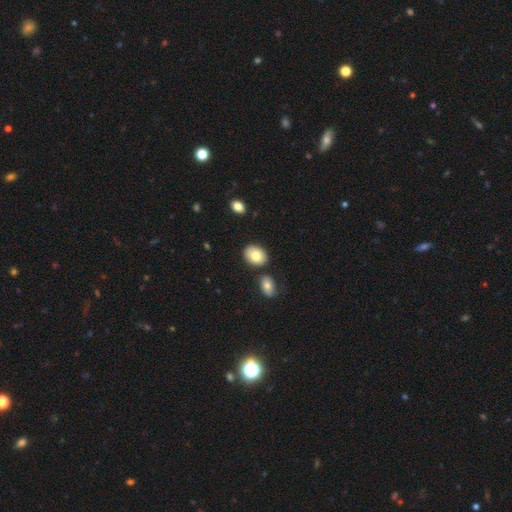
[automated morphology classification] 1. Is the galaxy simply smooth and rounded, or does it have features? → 79% smooth, 13% featured or disk, 8% star or artifact.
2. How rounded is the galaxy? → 73% in between, 25% round, 1% cigar-shaped.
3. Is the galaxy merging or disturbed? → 78% none, 10% minor disturbance, 9% merger, 3% major disturbance.